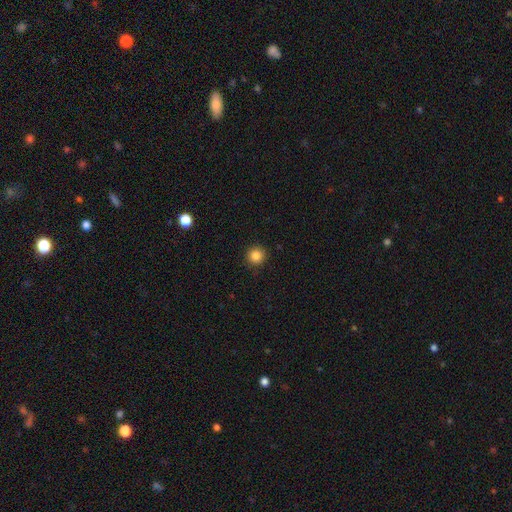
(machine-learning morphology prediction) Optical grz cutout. It shows a smooth galaxy with no disk features (85%) that is round (95%). Merging: none (91%).